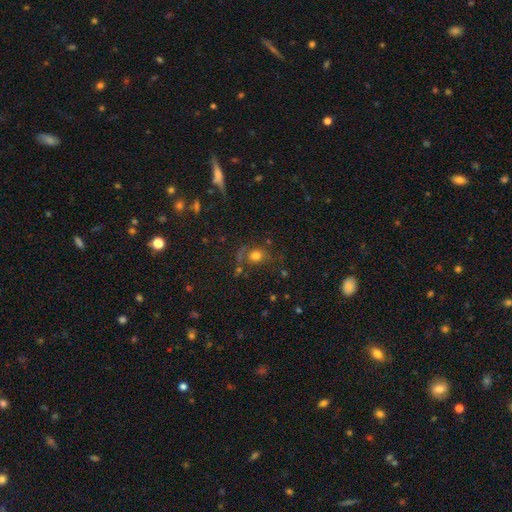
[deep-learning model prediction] This appears to be a smooth galaxy with no disk features (68%) that is round (71%). Merging: none (59%).